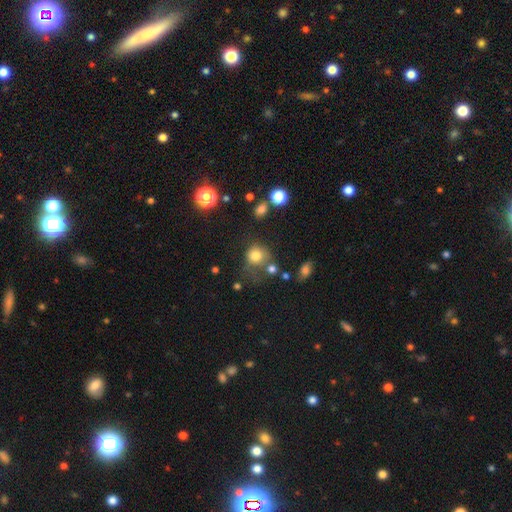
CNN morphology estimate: type=smooth (77%); roundness=round (77%); merging=none (45%).